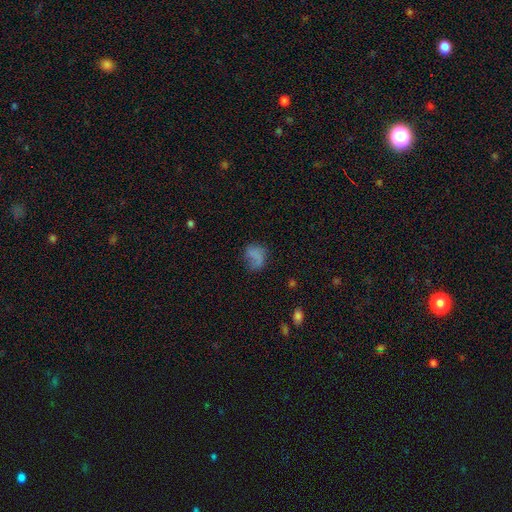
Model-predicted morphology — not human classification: Smooth or featured? Predicted: smooth (p=0.67). How rounded? Predicted: in between (p=0.52). Merging? Predicted: none (p=0.44).